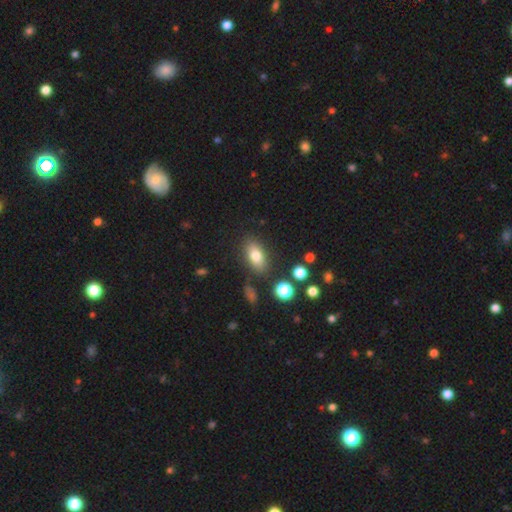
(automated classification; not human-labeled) Smooth or featured? Predicted: smooth (p=0.77). How rounded? Predicted: in between (p=0.84). Merging? Predicted: none (p=0.81).